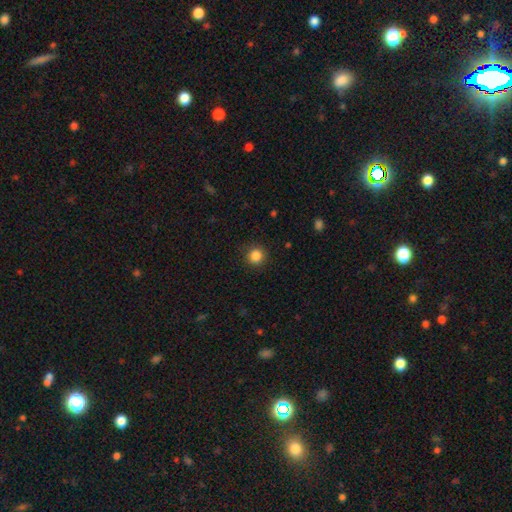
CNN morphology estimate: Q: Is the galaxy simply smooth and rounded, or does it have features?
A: smooth — 85%.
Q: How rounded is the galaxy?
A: round — 94%.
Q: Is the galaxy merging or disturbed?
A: none — 90%.